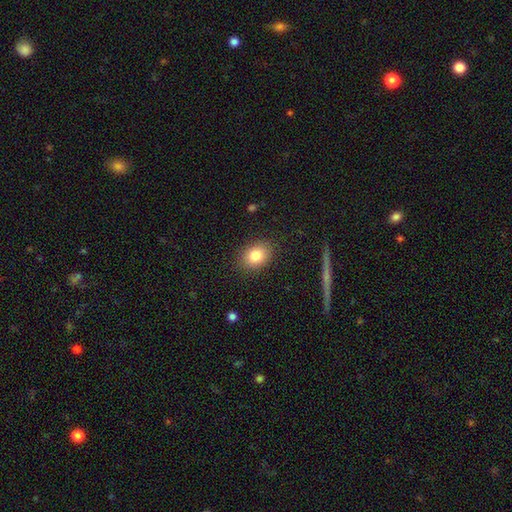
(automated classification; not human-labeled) The model was most divided on "how rounded": in between: 65%, round: 34%, cigar-shaped: 1%. More confident: merging — none (85%); smooth or featured — smooth (82%).